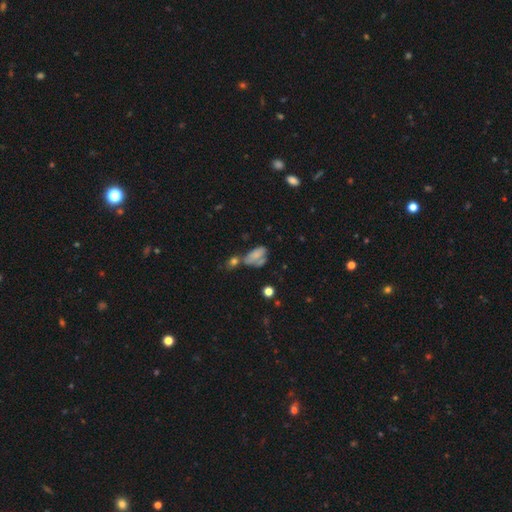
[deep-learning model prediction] The model was most divided on "merging": merger: 34%, none: 25%, minor disturbance: 21%, major disturbance: 20%. More confident: how rounded — in between (87%); smooth or featured — smooth (63%).